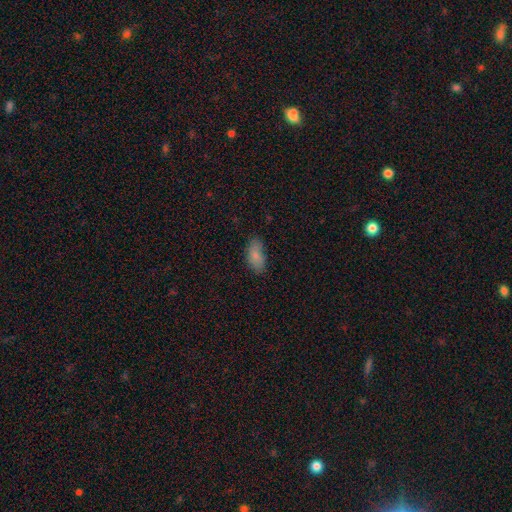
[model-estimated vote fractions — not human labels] smooth-or-featured: smooth: 82% | featured or disk: 10% | star or artifact: 8%
  how-rounded: in between: 92% | cigar-shaped: 5% | round: 3%
  merging: none: 75% | minor disturbance: 19% | major disturbance: 4% | merger: 2%